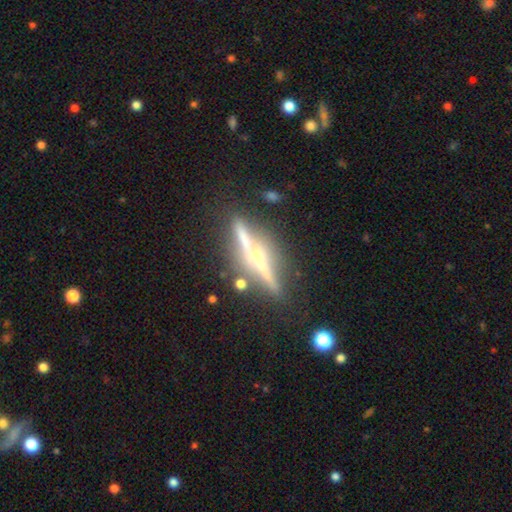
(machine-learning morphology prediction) Smooth or featured? featured or disk (83%)
Edge-on disk? yes (97%)
Edge-on bulge? rounded (88%)
Merging? none (83%)